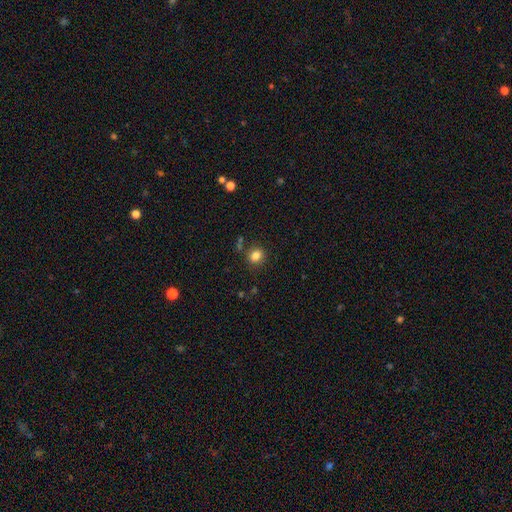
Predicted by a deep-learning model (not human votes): A smooth galaxy with no disk features (83%) that is round (72%). Merging: none (82%).